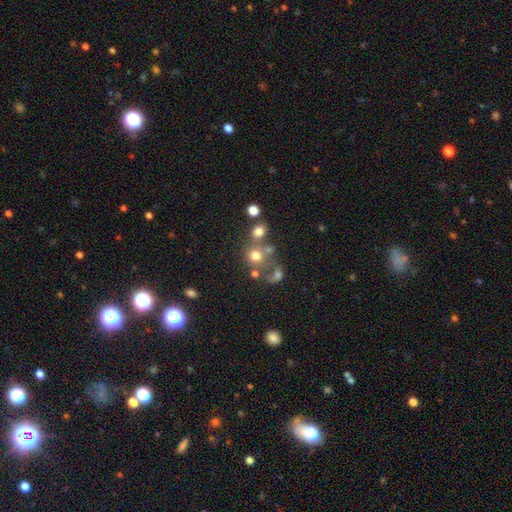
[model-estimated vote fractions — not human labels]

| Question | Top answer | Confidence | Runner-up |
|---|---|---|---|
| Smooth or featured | smooth | 68% | featured or disk (17%) |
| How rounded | round | 79% | in between (20%) |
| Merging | none | 43% | merger (36%) |